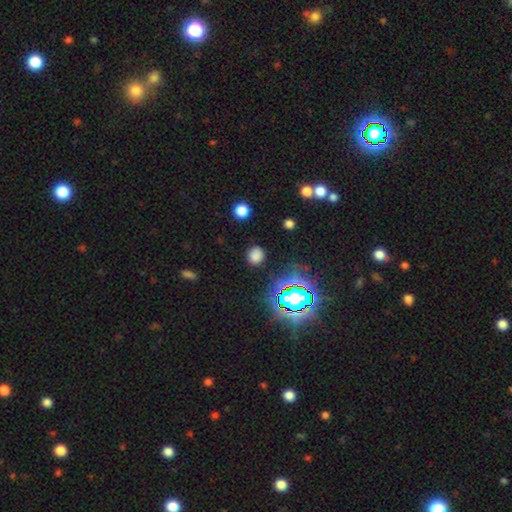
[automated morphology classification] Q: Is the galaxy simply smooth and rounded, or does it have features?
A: smooth — 72%.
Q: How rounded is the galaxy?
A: round — 78%.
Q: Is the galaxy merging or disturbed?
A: none — 83%.